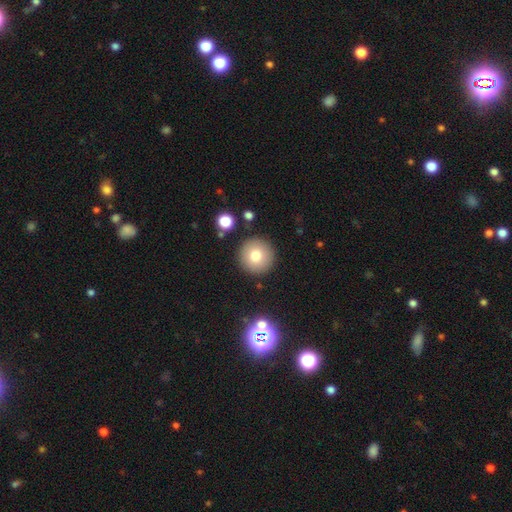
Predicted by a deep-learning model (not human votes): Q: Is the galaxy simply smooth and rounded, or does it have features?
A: smooth — 77%.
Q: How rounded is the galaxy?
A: round — 96%.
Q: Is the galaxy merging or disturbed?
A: none — 89%.